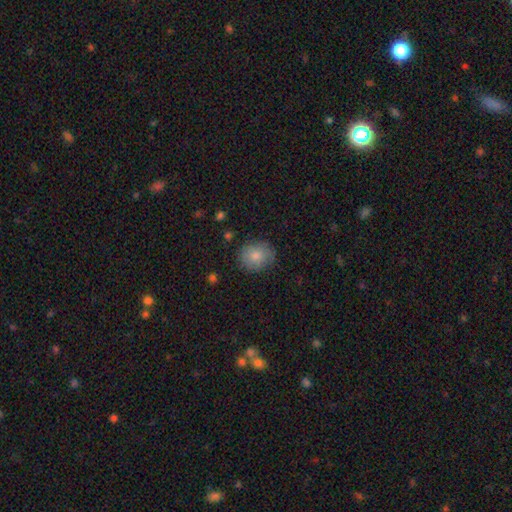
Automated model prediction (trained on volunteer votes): smooth-or-featured: smooth: 82% | featured or disk: 10% | star or artifact: 8%
  how-rounded: round: 68% | in between: 31% | cigar-shaped: 1%
  merging: none: 80% | minor disturbance: 15% | major disturbance: 4% | merger: 1%